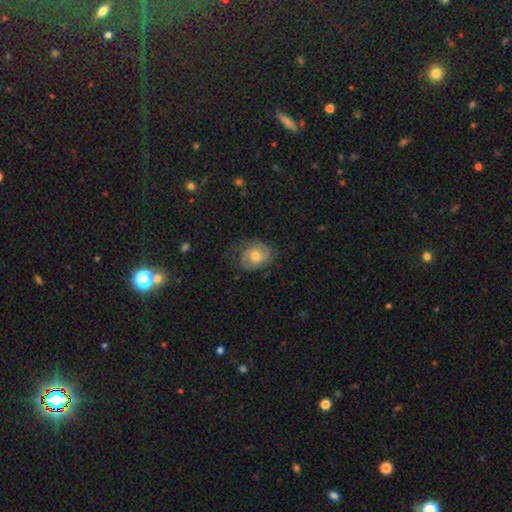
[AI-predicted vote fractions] Smooth or featured?
  - smooth: 46% *
  - featured or disk: 45%
  - star or artifact: 9%
Merging?
  - none: 61% *
  - minor disturbance: 25%
  - major disturbance: 13%
  - merger: 1%